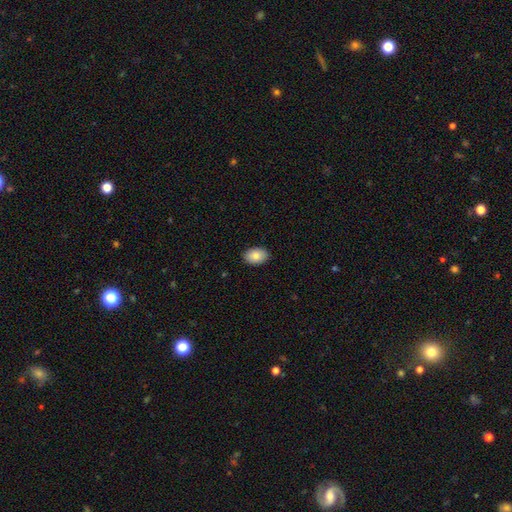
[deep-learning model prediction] Smooth or featured? Predicted: smooth (p=0.84). How rounded? Predicted: in between (p=0.87). Merging? Predicted: none (p=0.90).